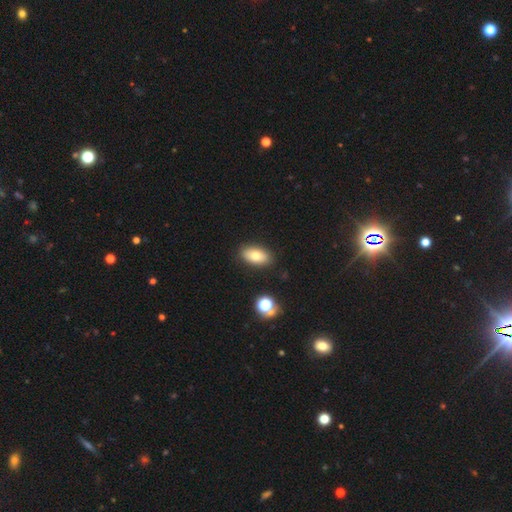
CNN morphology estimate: This appears to be a smooth galaxy with no disk features (77%) that is in between round and cigar-shaped (90%). Merging: none (87%).